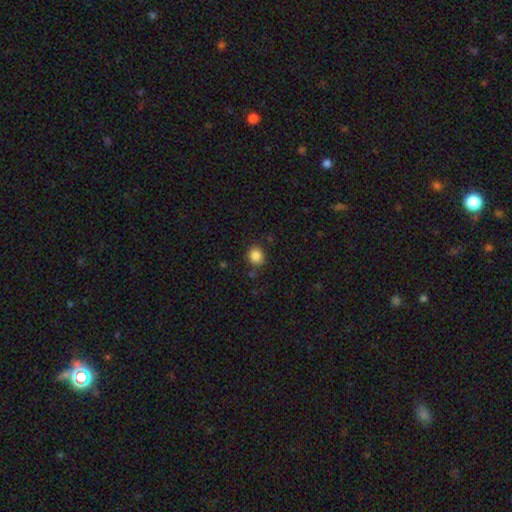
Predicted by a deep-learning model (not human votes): Q: Smooth or featured?
A: smooth (86%); runner-up: star or artifact (10%)
Q: How rounded?
A: round (73%); runner-up: in between (26%)
Q: Merging?
A: none (83%); runner-up: minor disturbance (11%)